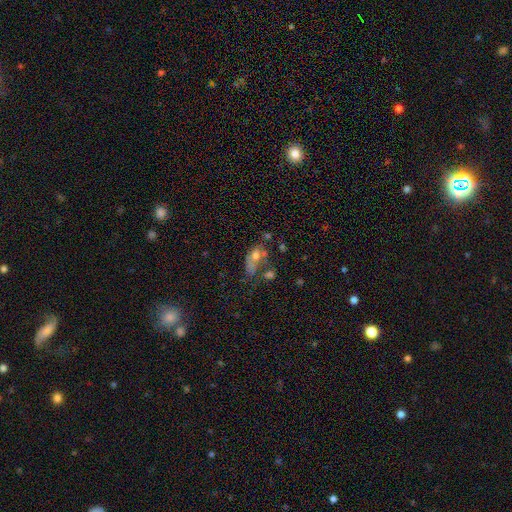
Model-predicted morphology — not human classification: The model was most divided on "merging": merger: 31%, none: 26%, major disturbance: 24%, minor disturbance: 19%. More confident: how rounded — in between (78%); smooth or featured — smooth (55%).